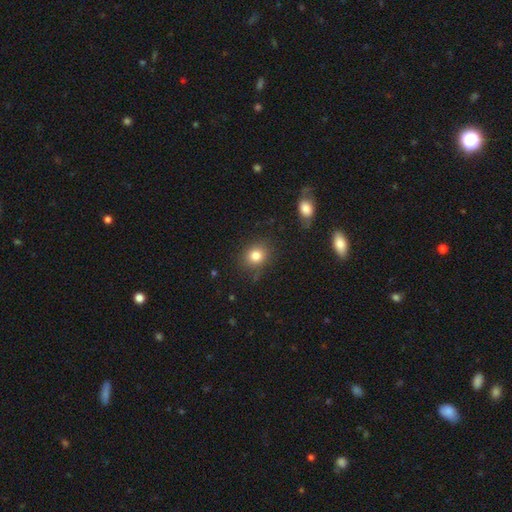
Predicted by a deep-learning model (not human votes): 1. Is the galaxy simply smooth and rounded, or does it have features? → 81% smooth, 12% star or artifact, 7% featured or disk.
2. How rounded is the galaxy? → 74% round, 25% in between, 1% cigar-shaped.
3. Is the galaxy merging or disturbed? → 82% none, 12% minor disturbance, 4% major disturbance, 2% merger.